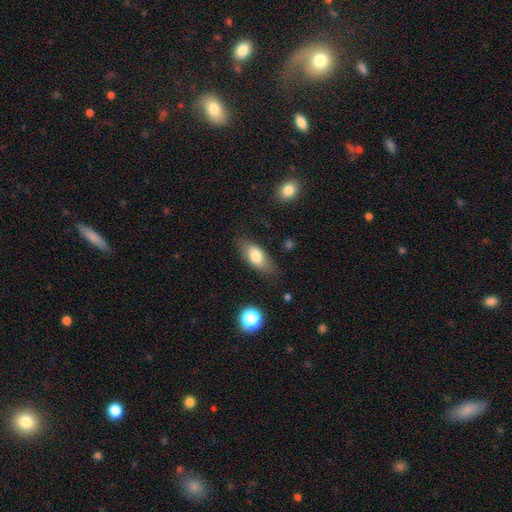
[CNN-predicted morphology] A smooth galaxy with no disk features (76%) that is in between round and cigar-shaped (82%).

Vote fractions:
- Smooth or featured? smooth: 76% / featured or disk: 17% / star or artifact: 7%
- How rounded? in between: 82% / cigar-shaped: 14% / round: 4%
- Merging? none: 75% / minor disturbance: 18% / major disturbance: 5% / merger: 2%